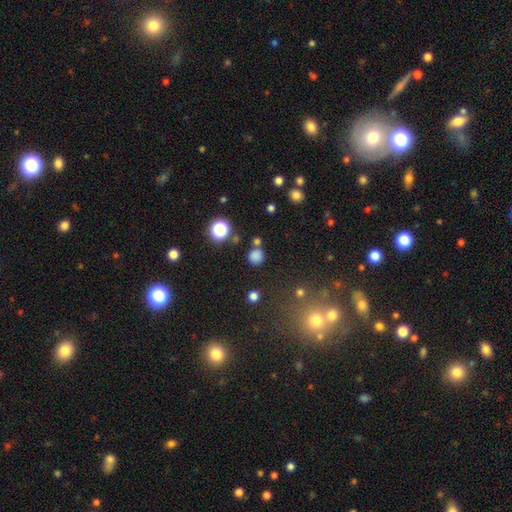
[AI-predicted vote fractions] This appears to be a smooth galaxy with no disk features (76%) that is round (89%). Merging: none (75%).